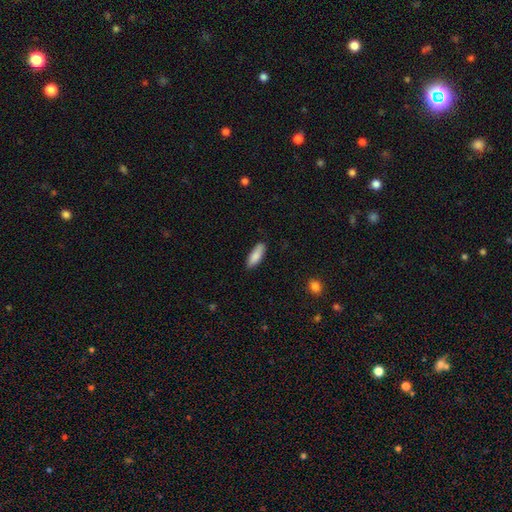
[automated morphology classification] This appears to be a smooth galaxy with no disk features (86%) that is in between round and cigar-shaped (59%). Merging: none (83%).